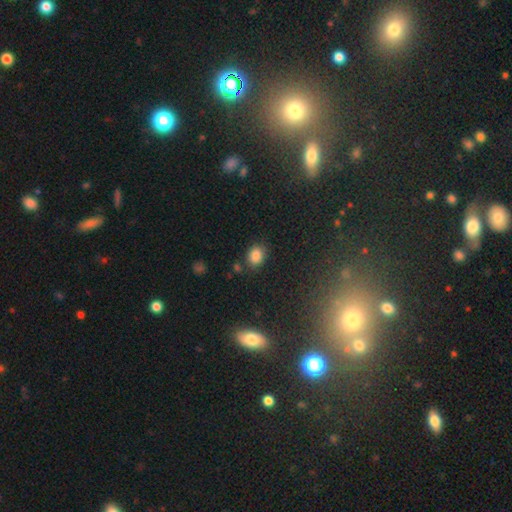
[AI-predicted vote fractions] Smooth or featured? Predicted: smooth (p=0.83). How rounded? Predicted: in between (p=0.57). Merging? Predicted: none (p=0.76).